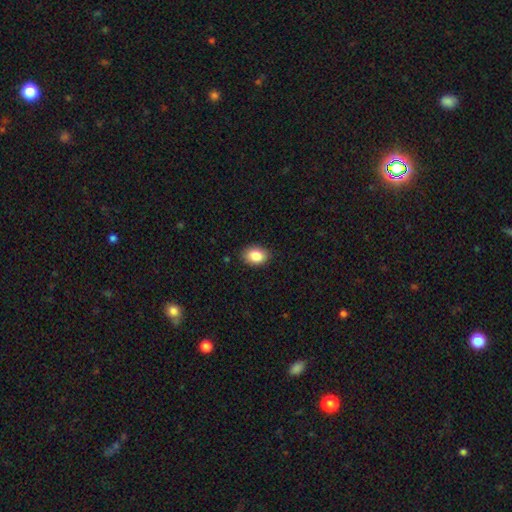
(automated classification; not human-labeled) smooth 85%, star or artifact 8%, featured or disk 7%. Down the decision tree: how rounded — in between (77%); merging — none (86%).